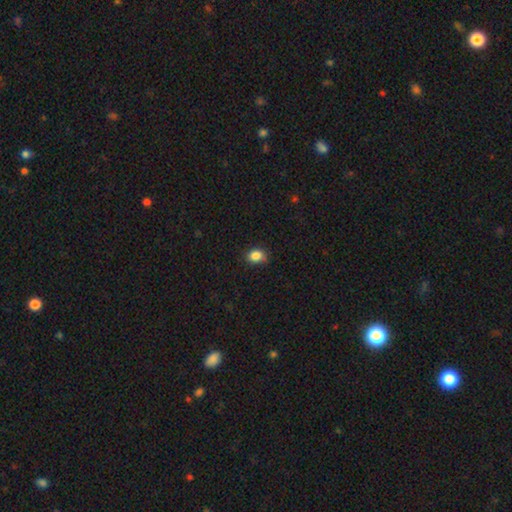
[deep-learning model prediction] A smooth galaxy with no disk features (86%) that is in between round and cigar-shaped (61%). Merging: none (77%).